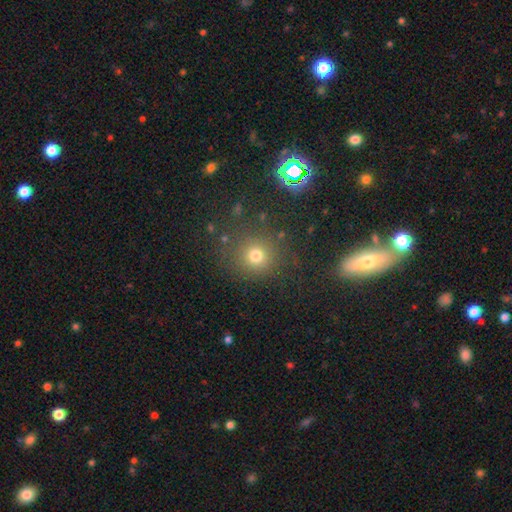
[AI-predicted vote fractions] smooth-or-featured: smooth: 73% | star or artifact: 19% | featured or disk: 7%
  how-rounded: round: 90% | in between: 9% | cigar-shaped: 1%
  merging: none: 83% | minor disturbance: 9% | major disturbance: 5% | merger: 3%